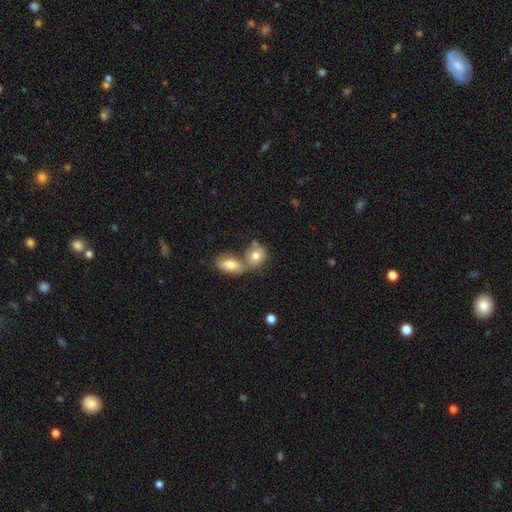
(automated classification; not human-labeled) Q: Smooth or featured?
A: smooth (78%); runner-up: featured or disk (14%)
Q: How rounded?
A: round (53%); runner-up: in between (46%)
Q: Merging?
A: merger (51%); runner-up: none (37%)